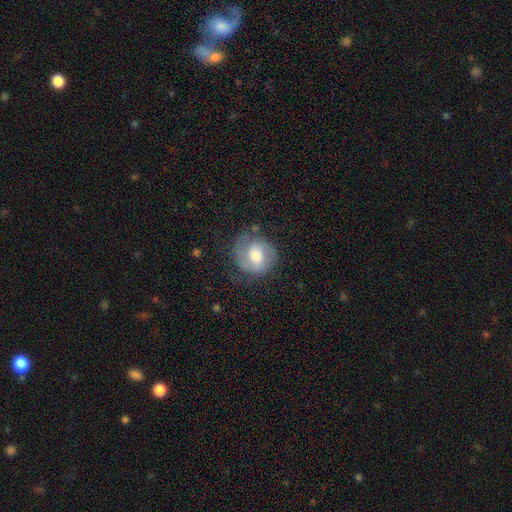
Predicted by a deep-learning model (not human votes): The model was most divided on "bar": weak: 47%, no: 37%, strong: 16%. More confident: edge-on disk — no (97%); spiral arms — yes (83%); merging — none (70%); smooth or featured — featured or disk (57%); bulge size — moderate (57%).